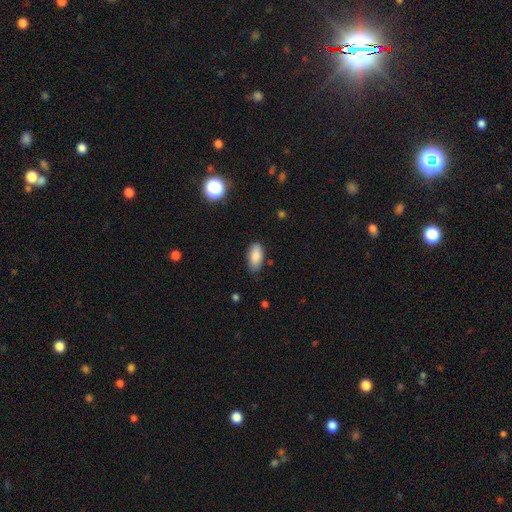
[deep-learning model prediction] A smooth galaxy with no disk features (87%) that is in between round and cigar-shaped (90%).

Vote fractions:
- Smooth or featured? smooth: 87% / star or artifact: 7% / featured or disk: 5%
- How rounded? in between: 90% / cigar-shaped: 7% / round: 3%
- Merging? none: 77% / minor disturbance: 18% / major disturbance: 3% / merger: 2%